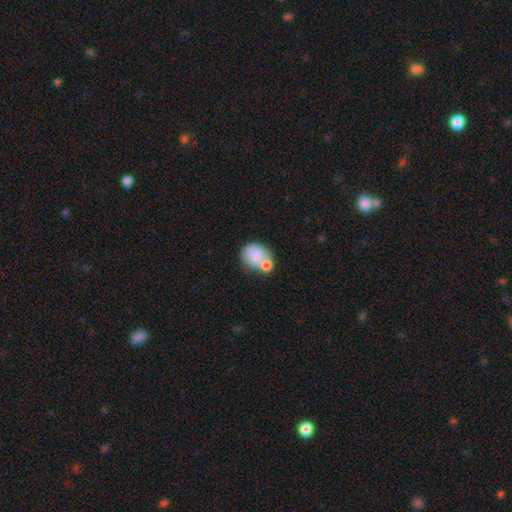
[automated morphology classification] Smooth or featured? Predicted: smooth (p=0.74). How rounded? Predicted: round (p=0.58). Merging? Predicted: merger (p=0.42).